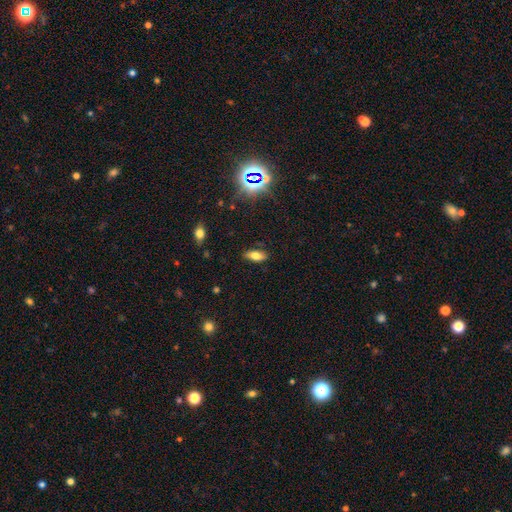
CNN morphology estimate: A smooth galaxy with no disk features (68%) that is in between round and cigar-shaped (76%).

Vote fractions:
- Smooth or featured? smooth: 68% / featured or disk: 19% / star or artifact: 13%
- How rounded? in between: 76% / cigar-shaped: 20% / round: 3%
- Merging? none: 86% / minor disturbance: 10% / major disturbance: 2% / merger: 1%